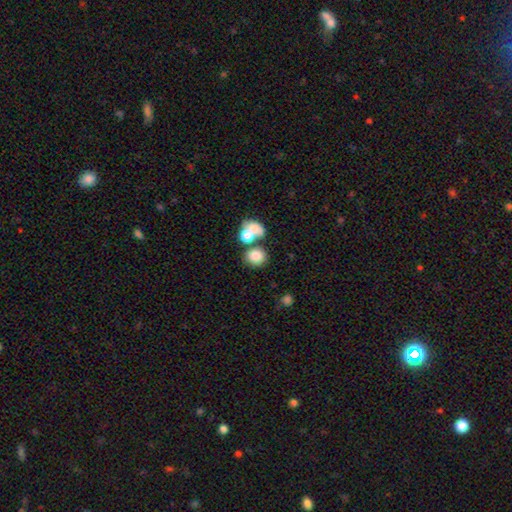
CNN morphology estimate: This appears to be a smooth galaxy with no disk features (79%) that is round (74%). Merging: none (48%).